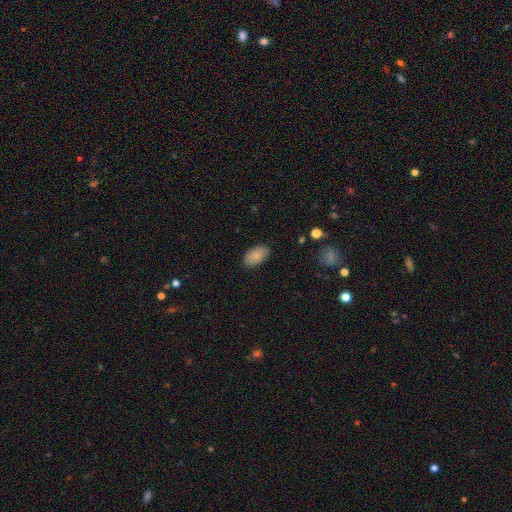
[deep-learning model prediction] This is clearly a smooth galaxy (85%). How rounded: clearly in between (94%). Merging: clearly none (86%).